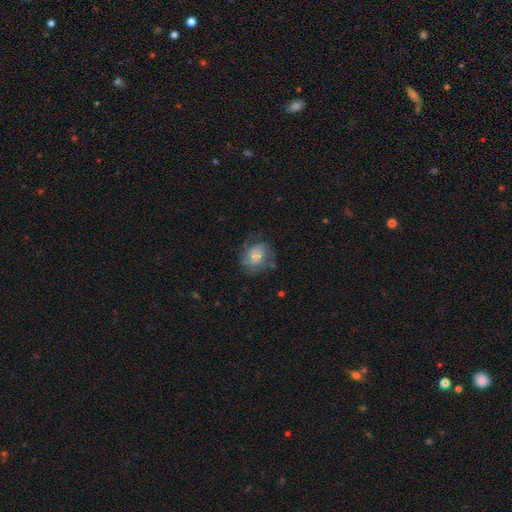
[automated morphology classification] This is possibly a featured or disk galaxy (47%). Merging: possibly none (54%).